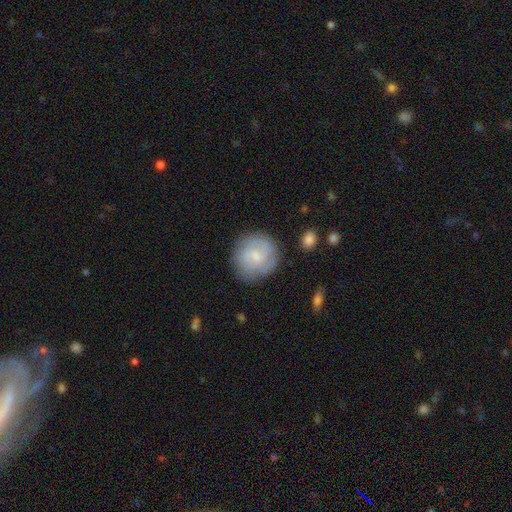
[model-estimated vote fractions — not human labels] Smooth or featured? smooth (47%)
Merging? none (78%)